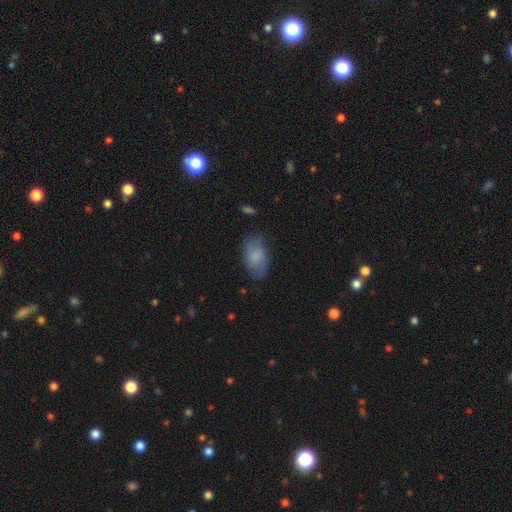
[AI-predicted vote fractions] smooth-or-featured: smooth: 72% | featured or disk: 21% | star or artifact: 8%
  how-rounded: in between: 93% | round: 5% | cigar-shaped: 3%
  merging: none: 63% | minor disturbance: 25% | major disturbance: 10% | merger: 2%